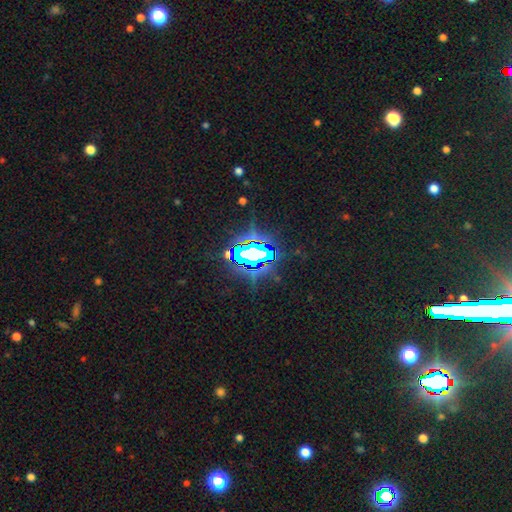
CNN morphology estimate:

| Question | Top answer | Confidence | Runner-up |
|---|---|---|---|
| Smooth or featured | star or artifact | 77% | featured or disk (12%) |